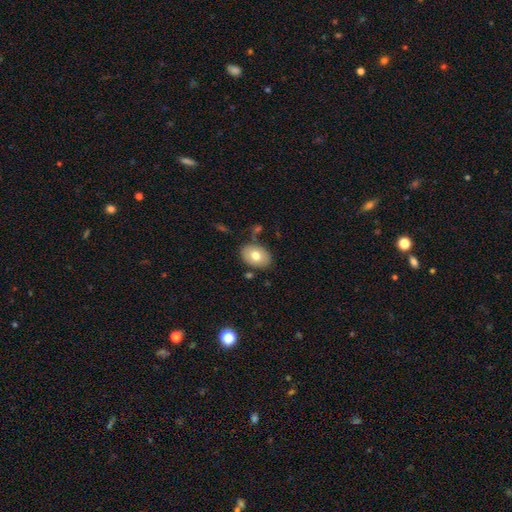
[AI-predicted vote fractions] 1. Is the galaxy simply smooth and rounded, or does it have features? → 74% smooth, 18% featured or disk, 8% star or artifact.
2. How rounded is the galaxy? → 77% in between, 22% round, 1% cigar-shaped.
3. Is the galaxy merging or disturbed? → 80% none, 12% minor disturbance, 5% merger, 3% major disturbance.